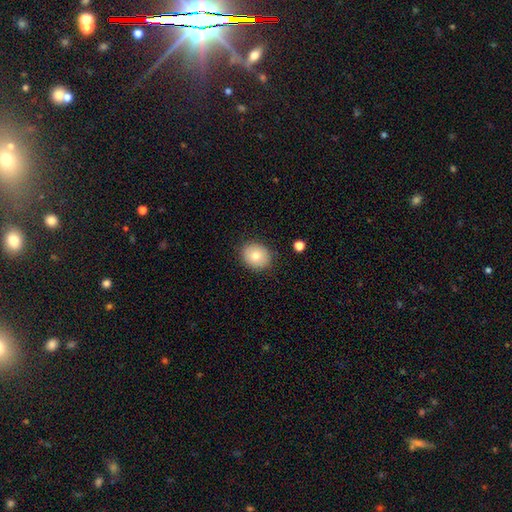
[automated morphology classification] A smooth galaxy with no disk features (81%) that is round (69%).

Vote fractions:
- Smooth or featured? smooth: 81% / featured or disk: 10% / star or artifact: 8%
- How rounded? round: 69% / in between: 30% / cigar-shaped: 1%
- Merging? none: 86% / minor disturbance: 10% / major disturbance: 3% / merger: 2%